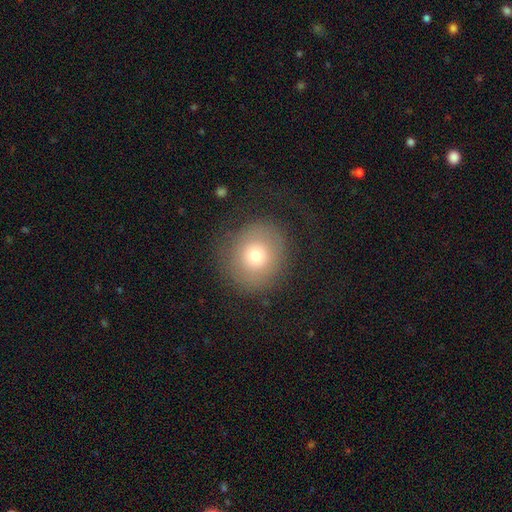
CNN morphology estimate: Smooth or featured?
  - smooth: 69% *
  - featured or disk: 18%
  - star or artifact: 13%
How rounded?
  - round: 85% *
  - in between: 14%
  - cigar-shaped: 1%
Merging?
  - none: 76% *
  - minor disturbance: 13%
  - major disturbance: 9%
  - merger: 1%